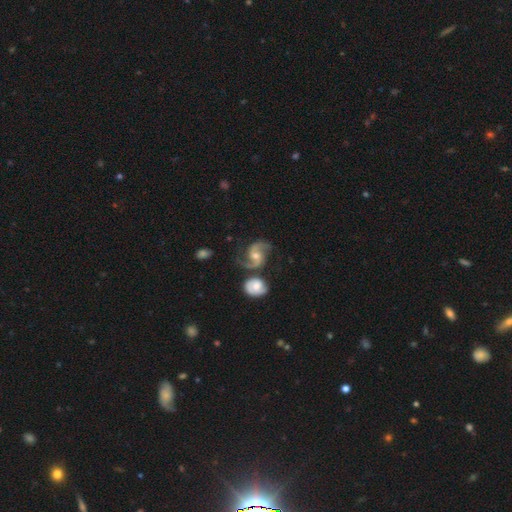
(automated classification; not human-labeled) smooth-or-featured: featured or disk: 89% | smooth: 6% | star or artifact: 5%
  disk-edge-on: no: 98% | yes: 2%
    bar: no: 48% | weak: 38% | strong: 14%
    has-spiral-arms: yes: 97% | no: 3%
      spiral-winding: medium: 49% | loose: 39% | tight: 11%
      spiral-arm-count: 2: 93% | can't tell: 2% | 1: 2% | 3: 1% | 4: 1% | more than 4: 1%
    bulge-size: moderate: 60% | small: 33% | large: 4% | none: 2% | dominant: 1%
  merging: none: 60% | minor disturbance: 17% | merger: 16% | major disturbance: 8%